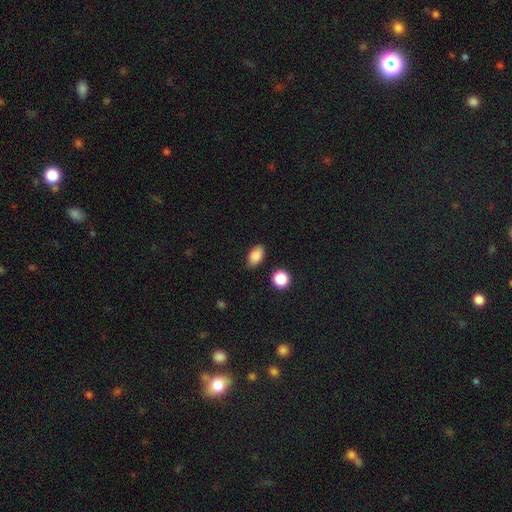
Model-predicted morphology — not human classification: Smooth or featured: smooth — 87% (star or artifact — 8%)
How rounded: in between — 88% (round — 9%)
Merging: none — 83% (minor disturbance — 12%)